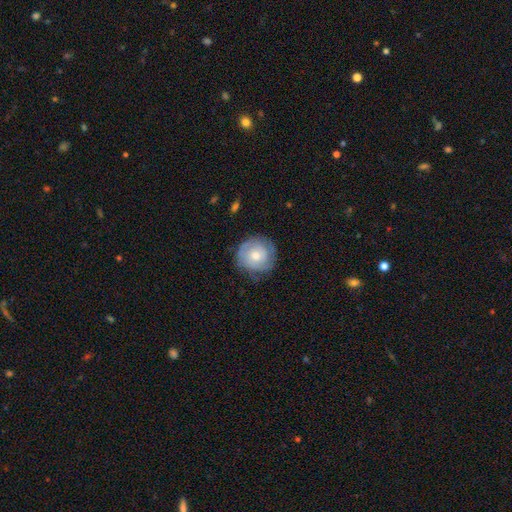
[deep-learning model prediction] This is possibly a featured or disk galaxy (52%). It is clearly not viewed edge-on (97%). Bar: clearly no (81%). Spiral arm pattern: likely yes (75%). Central bulge: possibly moderate (60%). Merging: likely none (75%).